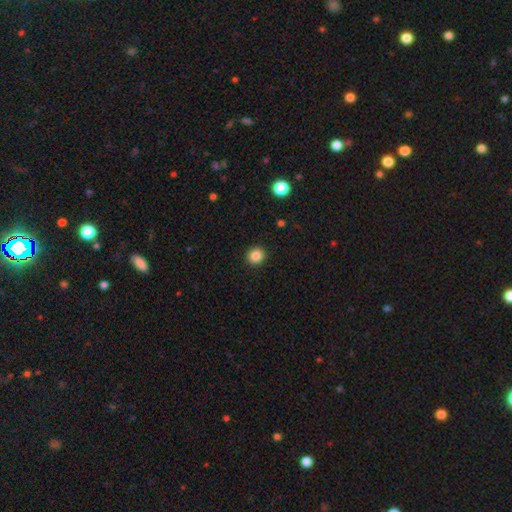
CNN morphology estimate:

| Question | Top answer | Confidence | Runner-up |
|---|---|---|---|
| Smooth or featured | smooth | 85% | star or artifact (10%) |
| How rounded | round | 90% | in between (9%) |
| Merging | none | 92% | minor disturbance (5%) |